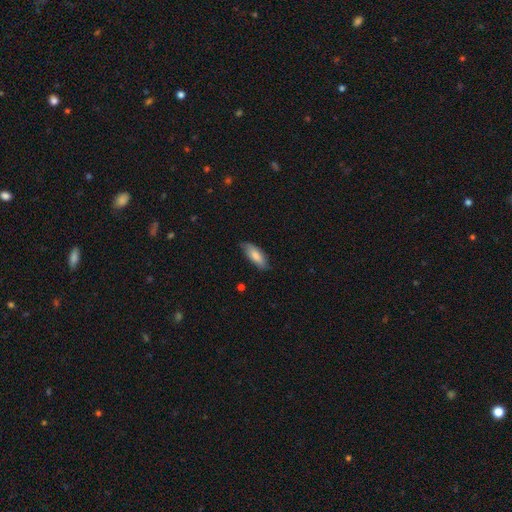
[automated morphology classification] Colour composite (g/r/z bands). It shows a smooth galaxy with no disk features (82%) that is in between round and cigar-shaped (73%). Merging: none (78%).